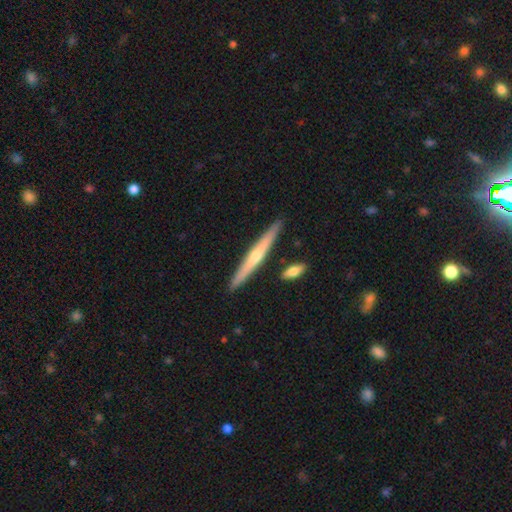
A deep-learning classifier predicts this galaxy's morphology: smooth_or_featured: featured or disk (p=0.69) [alt: smooth p=0.25]
disk_edge_on: yes (p=0.97) [alt: no p=0.03]
edge_on_bulge: rounded (p=0.78) [alt: none p=0.18]
merging: none (p=0.89) [alt: minor disturbance p=0.06]